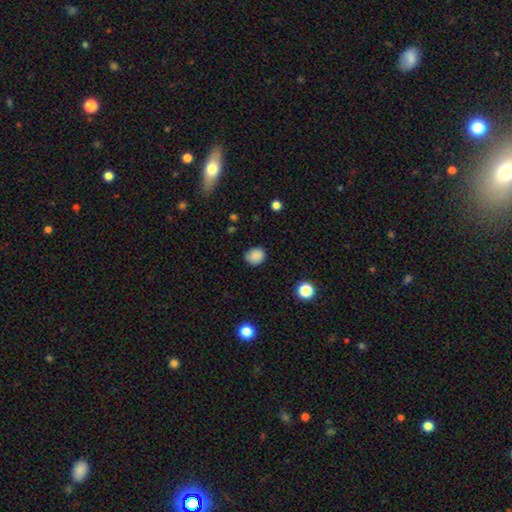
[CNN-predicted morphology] type=smooth (87%); roundness=round (63%); merging=none (83%).